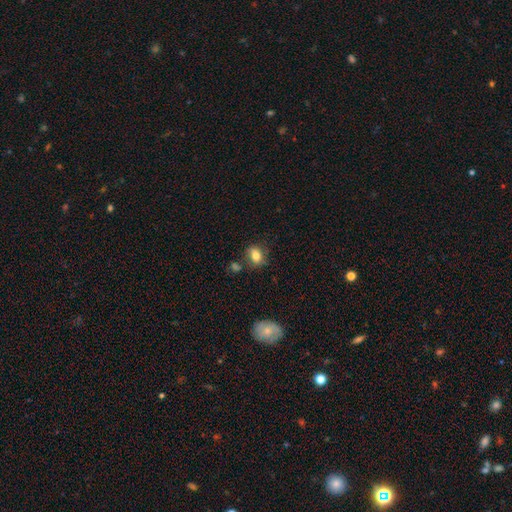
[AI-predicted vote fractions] smooth-or-featured: smooth: 78% | featured or disk: 12% | star or artifact: 10%
  how-rounded: in between: 59% | round: 40% | cigar-shaped: 2%
  merging: none: 67% | minor disturbance: 19% | merger: 9% | major disturbance: 5%